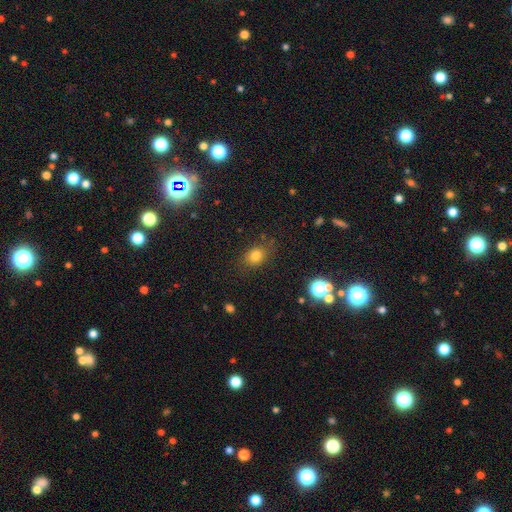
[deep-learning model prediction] This appears to be a smooth galaxy with no disk features (78%) that is in between round and cigar-shaped (54%). Merging: none (76%).